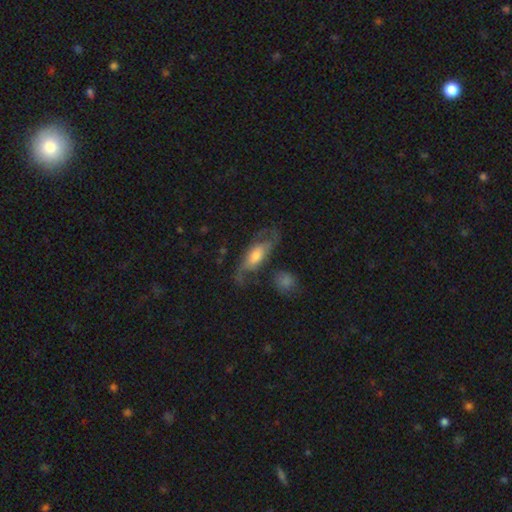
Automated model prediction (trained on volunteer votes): smooth-or-featured: featured or disk: 62% | smooth: 31% | star or artifact: 7%
  disk-edge-on: no: 81% | yes: 19%
    bar: no: 61% | weak: 30% | strong: 9%
    has-spiral-arms: yes: 80% | no: 20%
    bulge-size: moderate: 47% | large: 30% | small: 16% | none: 4% | dominant: 3%
  merging: none: 56% | minor disturbance: 21% | major disturbance: 18% | merger: 5%